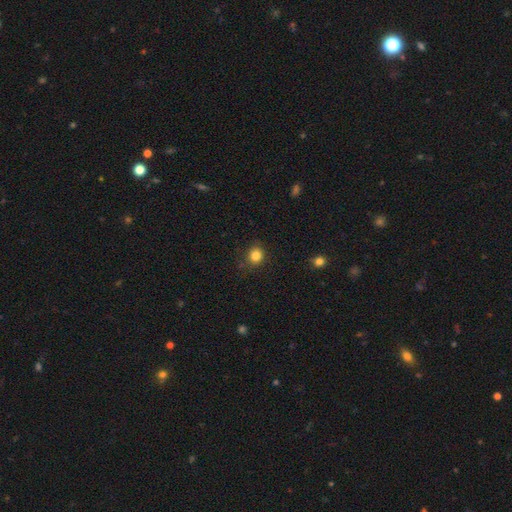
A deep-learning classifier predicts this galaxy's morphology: smooth-or-featured: smooth: 83% | star or artifact: 12% | featured or disk: 5%
  how-rounded: round: 82% | in between: 17% | cigar-shaped: 1%
  merging: none: 83% | minor disturbance: 13% | major disturbance: 3% | merger: 1%